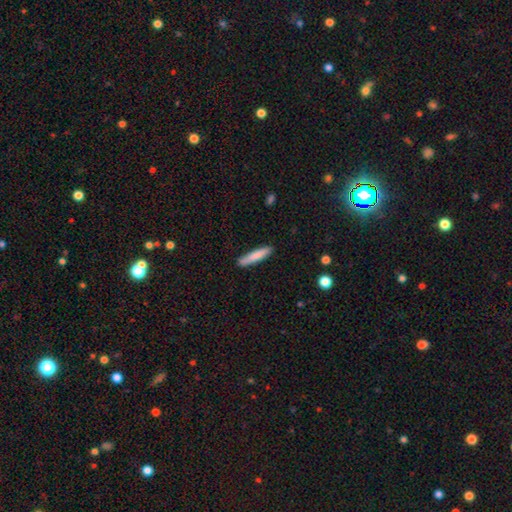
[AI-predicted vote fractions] Q: Smooth or featured?
A: smooth (80%); runner-up: featured or disk (14%)
Q: How rounded?
A: cigar-shaped (89%); runner-up: in between (10%)
Q: Merging?
A: none (87%); runner-up: minor disturbance (10%)